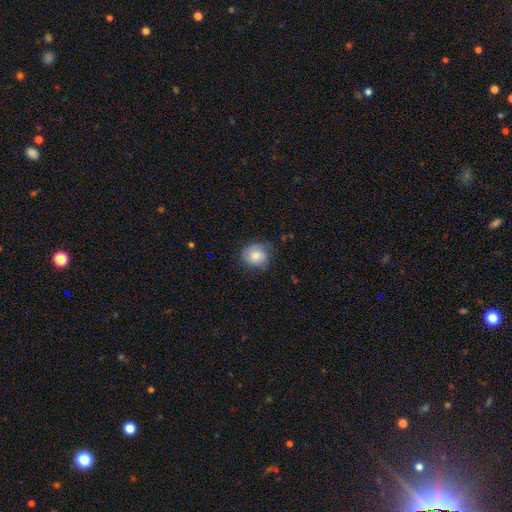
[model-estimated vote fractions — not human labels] Smooth or featured?
  - smooth: 77% *
  - featured or disk: 15%
  - star or artifact: 8%
How rounded?
  - round: 80% *
  - in between: 19%
  - cigar-shaped: 1%
Merging?
  - none: 69% *
  - minor disturbance: 24%
  - major disturbance: 6%
  - merger: 1%